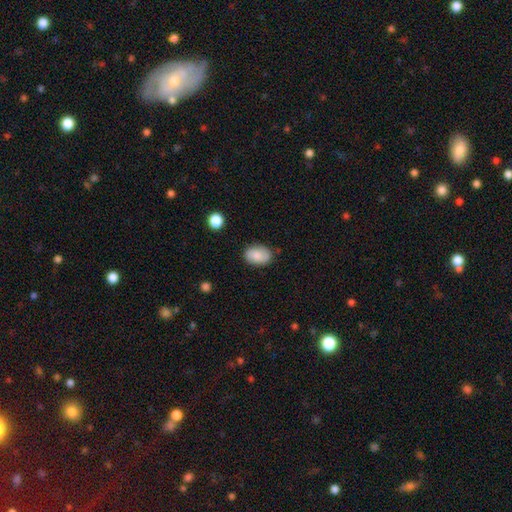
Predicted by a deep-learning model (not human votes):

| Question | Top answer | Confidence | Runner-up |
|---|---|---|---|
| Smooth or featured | smooth | 78% | featured or disk (15%) |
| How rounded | in between | 83% | round (16%) |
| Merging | none | 81% | minor disturbance (15%) |